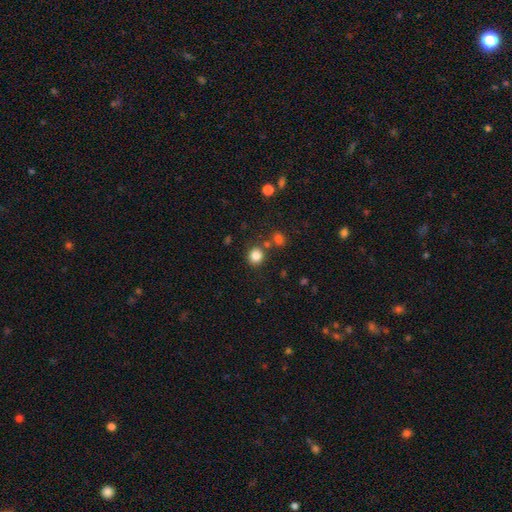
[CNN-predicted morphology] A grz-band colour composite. It shows a smooth galaxy with no disk features (83%) that is round (87%). Merging: none (80%).